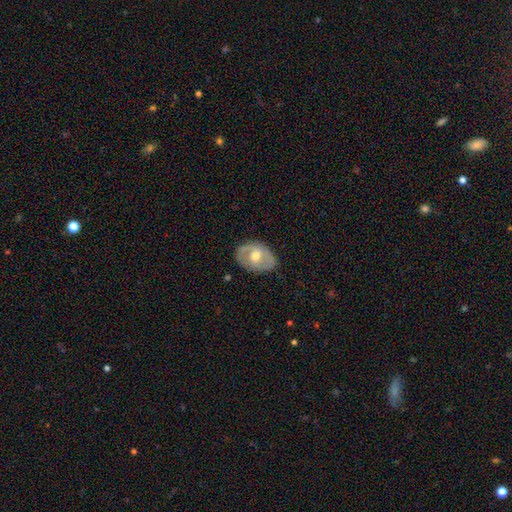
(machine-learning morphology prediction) Smooth or featured: featured or disk — 55% (smooth — 38%)
Edge-on disk: no — 93% (yes — 7%)
Bar: no — 62% (weak — 30%)
Spiral arms: yes — 50% (tied with no — 50%)
Bulge size: moderate — 74% (small — 17%)
Merging: none — 78% (minor disturbance — 17%)